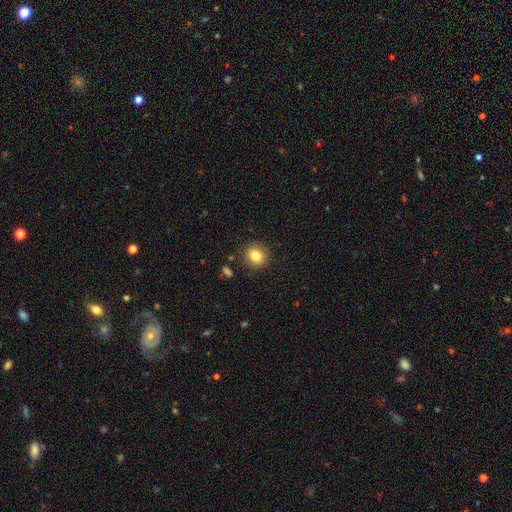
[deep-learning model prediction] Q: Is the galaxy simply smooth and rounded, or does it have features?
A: smooth — 82%.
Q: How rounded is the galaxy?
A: round — 81%.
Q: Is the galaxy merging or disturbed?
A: none — 88%.